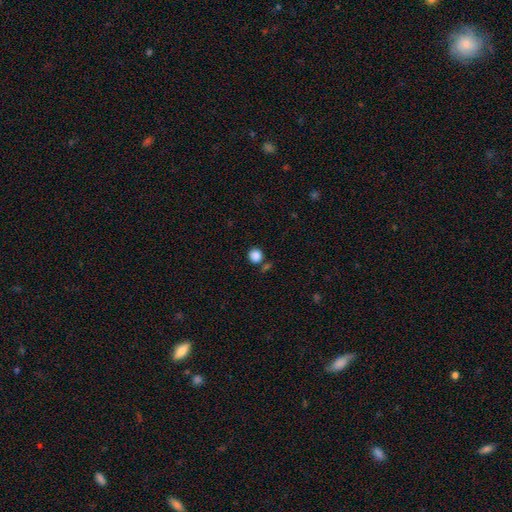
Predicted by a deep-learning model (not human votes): Morphology: type=smooth (86%); roundness=round (91%); merging=none (77%).